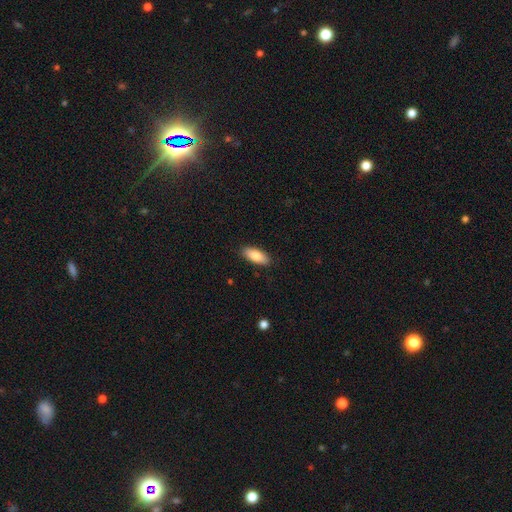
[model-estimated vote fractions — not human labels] Morphology: type=smooth (85%); roundness=in between (83%); merging=none (88%).